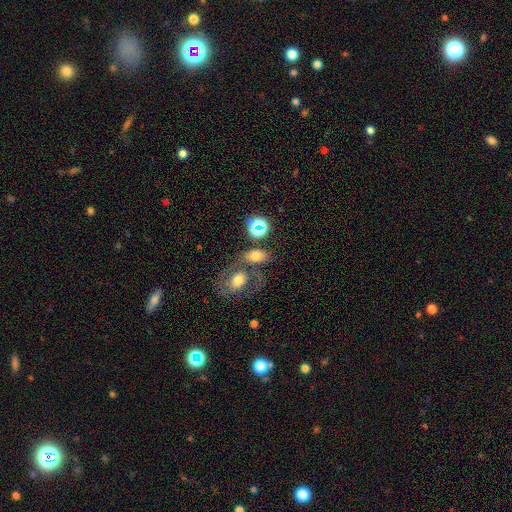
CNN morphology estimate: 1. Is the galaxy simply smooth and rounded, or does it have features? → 54% smooth, 30% featured or disk, 17% star or artifact.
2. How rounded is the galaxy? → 69% in between, 29% round, 2% cigar-shaped.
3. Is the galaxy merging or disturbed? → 39% merger, 38% none, 13% minor disturbance, 10% major disturbance.